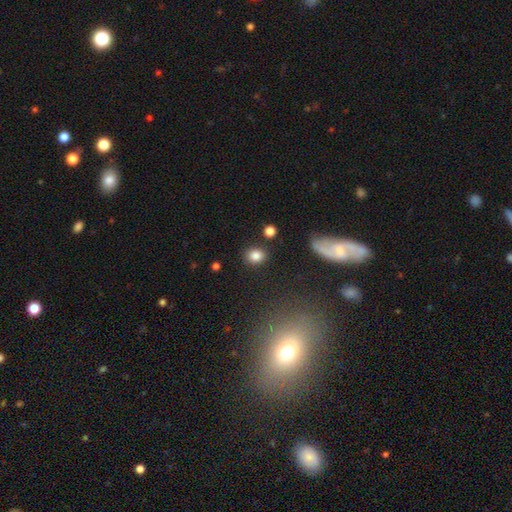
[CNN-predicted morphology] Smooth or featured?
  - smooth: 84% *
  - star or artifact: 11%
  - featured or disk: 5%
How rounded?
  - round: 65% *
  - in between: 34%
  - cigar-shaped: 1%
Merging?
  - none: 84% *
  - minor disturbance: 9%
  - merger: 4%
  - major disturbance: 3%